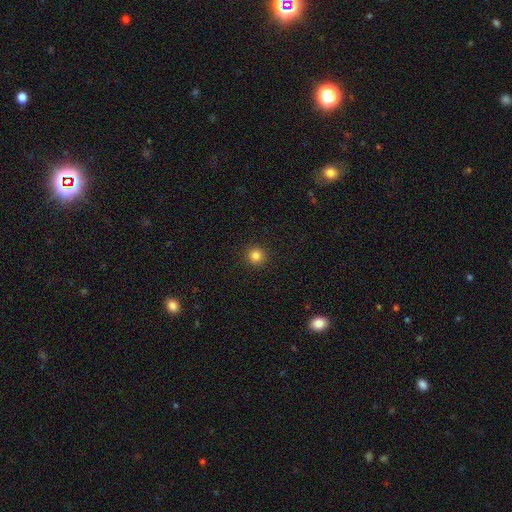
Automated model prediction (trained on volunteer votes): Smooth or featured? Predicted: smooth (p=0.84). How rounded? Predicted: round (p=0.95). Merging? Predicted: none (p=0.93).